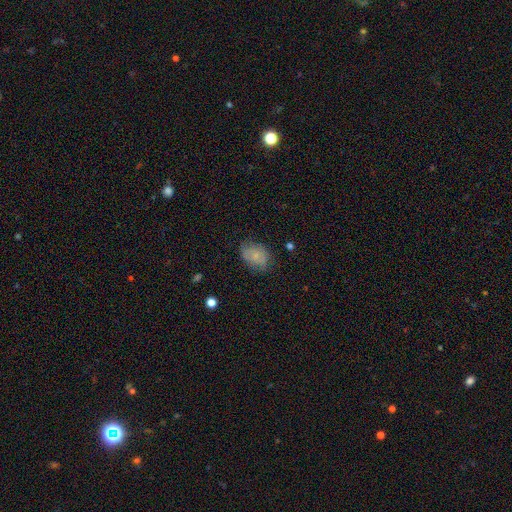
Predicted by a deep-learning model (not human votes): smooth_or_featured: smooth (p=0.71) [alt: featured or disk p=0.21]
how_rounded: in between (p=0.75) [alt: round p=0.23]
merging: none (p=0.66) [alt: minor disturbance p=0.25]